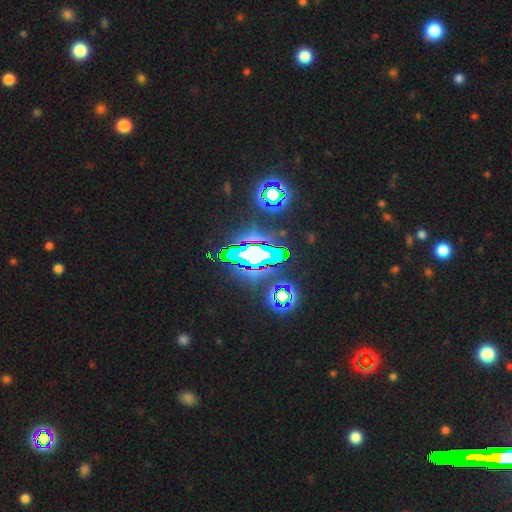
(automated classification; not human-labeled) This is clearly a star or artifact rather than a galaxy (82%).